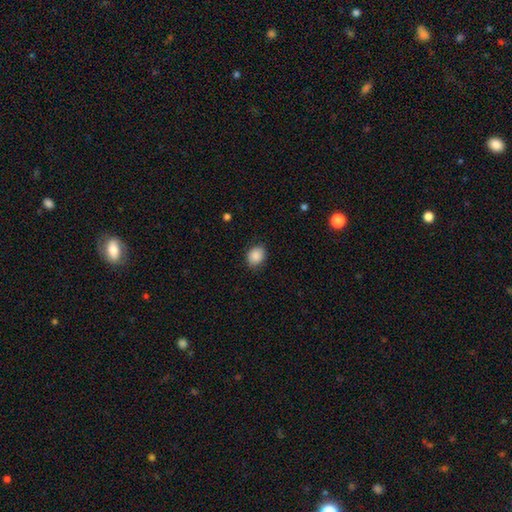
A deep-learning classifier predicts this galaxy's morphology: Overall: smooth (89%). How rounded: round (51%; in between 49%). Merging: none (84%).